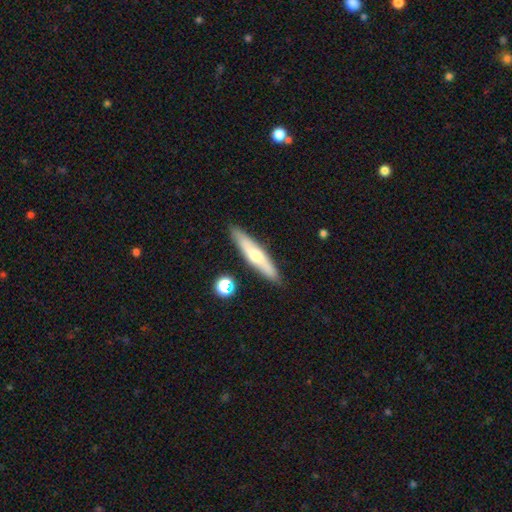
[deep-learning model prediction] Smooth or featured? smooth (48%)
Merging? none (87%)